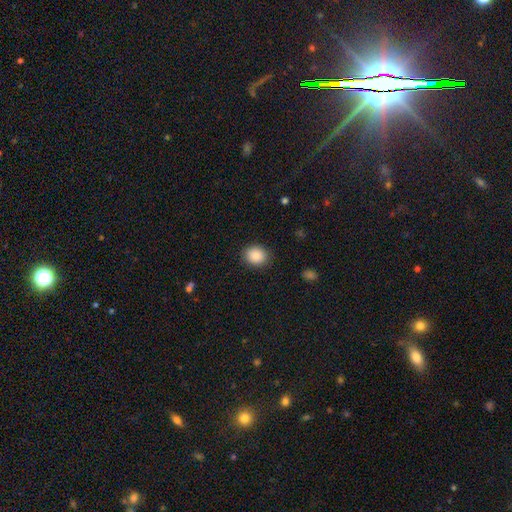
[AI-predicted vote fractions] Overall: smooth (88%). How rounded: round (65%; in between 35%). Merging: none (88%).